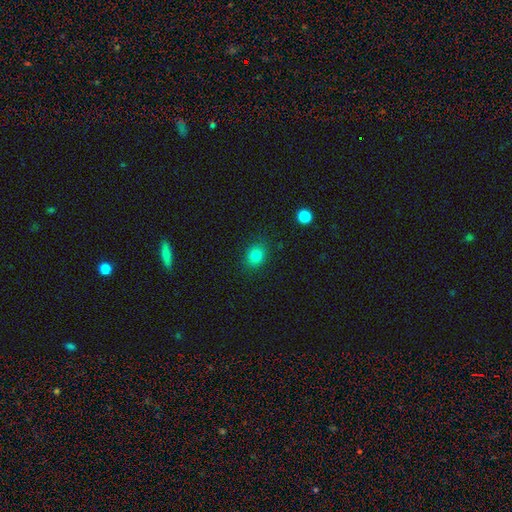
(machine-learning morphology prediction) This appears to be a smooth galaxy with no disk features (81%) that is round (54%). Merging: none (86%).